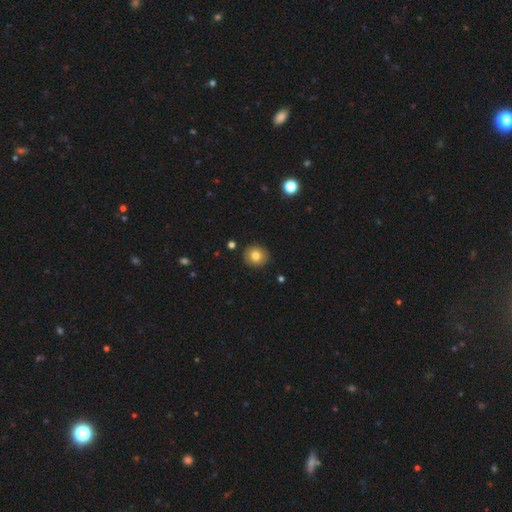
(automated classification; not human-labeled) Smooth or featured: smooth — 79% (featured or disk — 11%)
How rounded: round — 86% (in between — 13%)
Merging: none — 90% (minor disturbance — 7%)